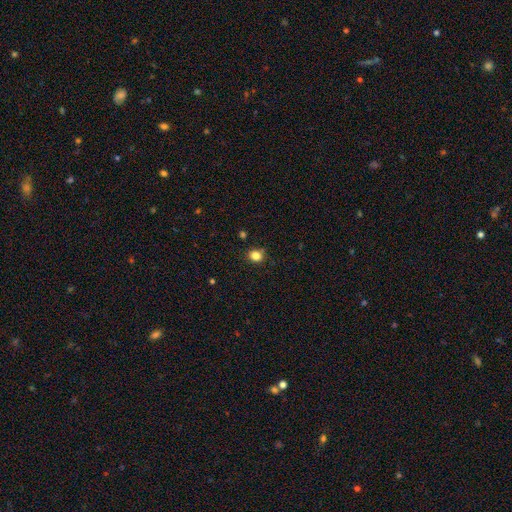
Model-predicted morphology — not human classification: Overall: smooth (83%). How rounded: round (63%; in between 36%). Merging: none (82%).